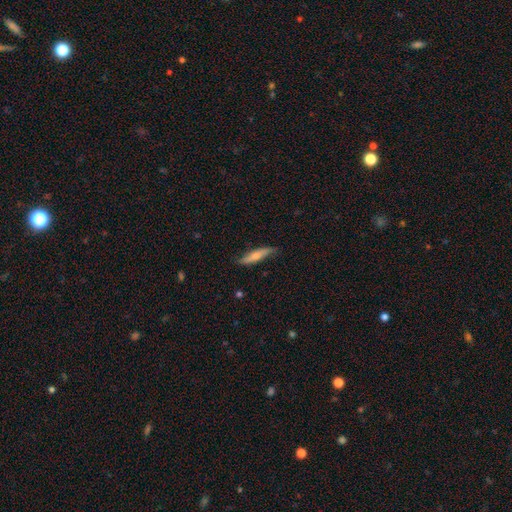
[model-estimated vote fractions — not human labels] Smooth or featured: smooth — 60% (featured or disk — 35%)
How rounded: cigar-shaped — 79% (in between — 19%)
Merging: none — 73% (minor disturbance — 22%)